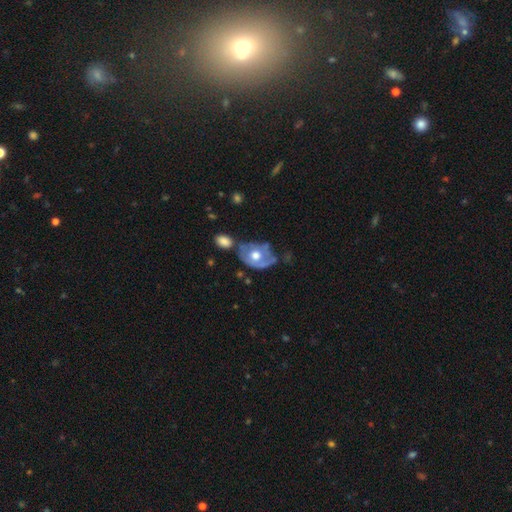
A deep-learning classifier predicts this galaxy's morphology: featured or disk 58%, smooth 36%, star or artifact 6%. Down the decision tree: edge-on disk — no (95%); bar — no (87%); spiral arms — no (59%); bulge size — moderate (67%); merging — none (32%).